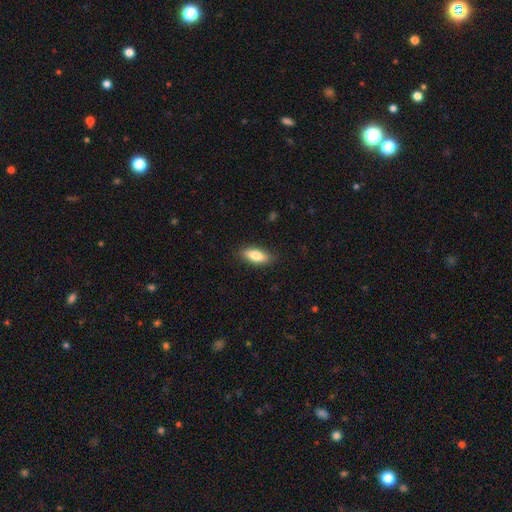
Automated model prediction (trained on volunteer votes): A smooth galaxy with no disk features (75%) that is in between round and cigar-shaped (72%).

Vote fractions:
- Smooth or featured? smooth: 75% / featured or disk: 19% / star or artifact: 6%
- How rounded? in between: 72% / cigar-shaped: 25% / round: 3%
- Merging? none: 85% / minor disturbance: 11% / major disturbance: 2% / merger: 1%